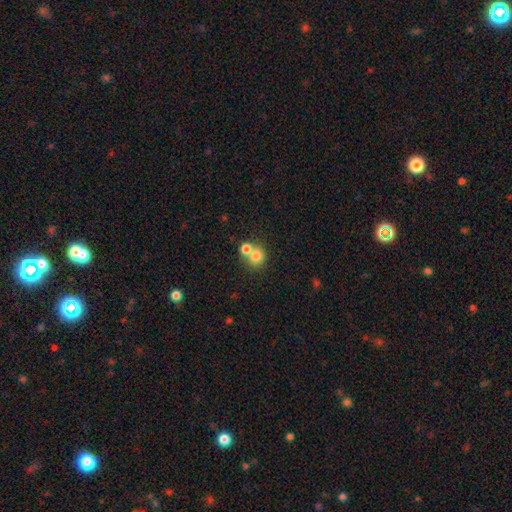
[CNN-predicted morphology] Smooth or featured: smooth — 77% (featured or disk — 12%)
How rounded: round — 82% (in between — 17%)
Merging: merger — 52% (none — 39%)